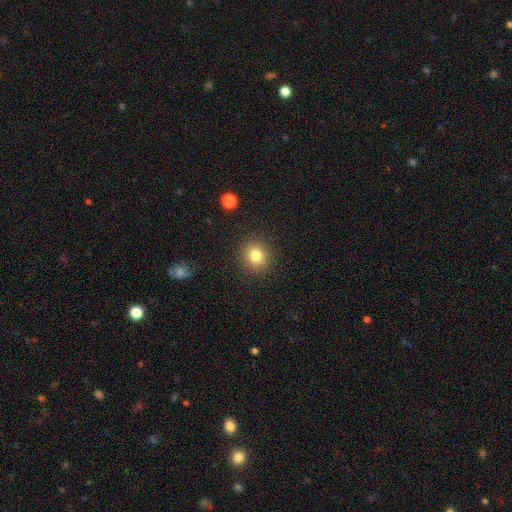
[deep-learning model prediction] smooth-or-featured: smooth: 82% | star or artifact: 12% | featured or disk: 7%
  how-rounded: round: 83% | in between: 16% | cigar-shaped: 1%
  merging: none: 90% | minor disturbance: 7% | major disturbance: 3% | merger: 1%